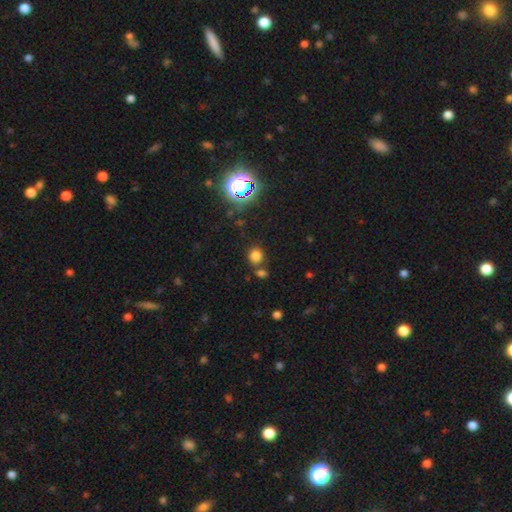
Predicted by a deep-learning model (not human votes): A smooth galaxy with no disk features (73%) that is round (85%).

Vote fractions:
- Smooth or featured? smooth: 73% / star or artifact: 21% / featured or disk: 6%
- How rounded? round: 85% / in between: 14% / cigar-shaped: 1%
- Merging? none: 74% / merger: 14% / minor disturbance: 9% / major disturbance: 4%